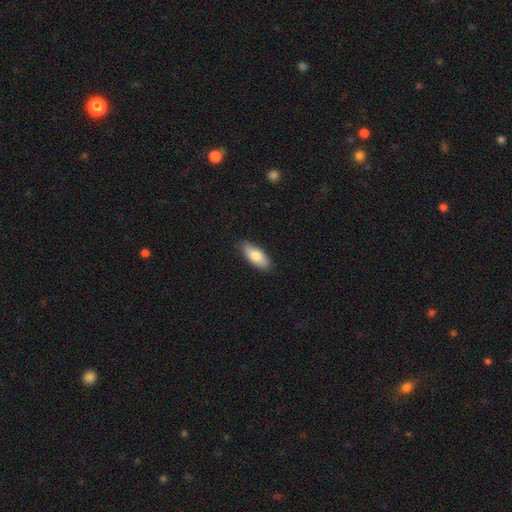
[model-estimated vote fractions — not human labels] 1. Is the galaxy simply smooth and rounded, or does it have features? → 81% smooth, 14% featured or disk, 6% star or artifact.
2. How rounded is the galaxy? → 81% in between, 17% cigar-shaped, 2% round.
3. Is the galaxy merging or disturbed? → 87% none, 11% minor disturbance, 2% major disturbance, 1% merger.